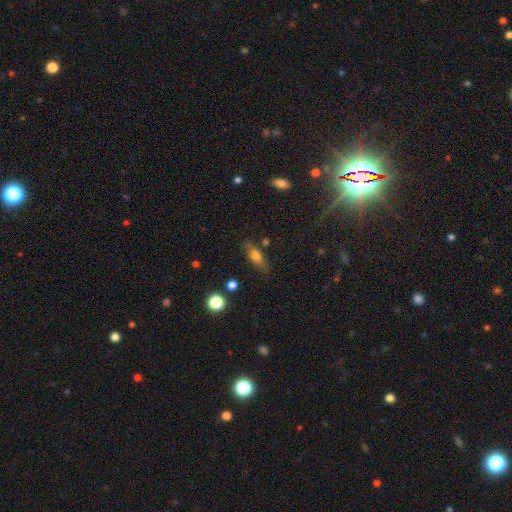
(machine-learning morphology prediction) The model was most divided on "how rounded": in between: 59%, cigar-shaped: 35%, round: 6%. More confident: merging — none (79%); smooth or featured — smooth (60%).